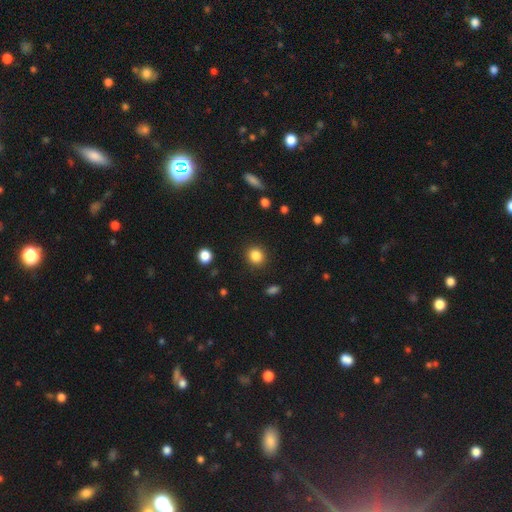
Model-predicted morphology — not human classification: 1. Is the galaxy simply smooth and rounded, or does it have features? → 85% smooth, 11% star or artifact, 4% featured or disk.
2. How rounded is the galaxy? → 84% round, 15% in between, 1% cigar-shaped.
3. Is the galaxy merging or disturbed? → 90% none, 6% minor disturbance, 3% major disturbance, 1% merger.